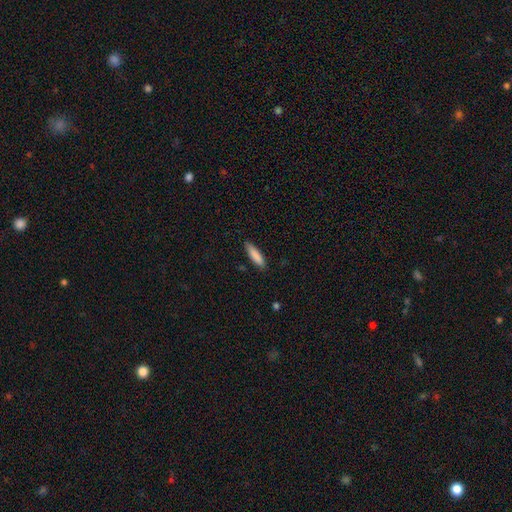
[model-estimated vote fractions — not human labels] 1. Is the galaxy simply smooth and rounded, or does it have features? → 86% smooth, 8% featured or disk, 6% star or artifact.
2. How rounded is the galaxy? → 71% cigar-shaped, 28% in between, 1% round.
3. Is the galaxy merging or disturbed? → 86% none, 11% minor disturbance, 2% major disturbance, 1% merger.